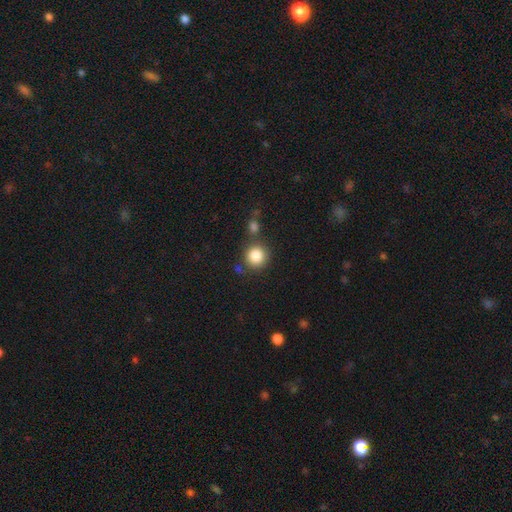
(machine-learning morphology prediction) This is clearly a smooth galaxy (85%). How rounded: clearly round (92%). Merging: likely none (74%).